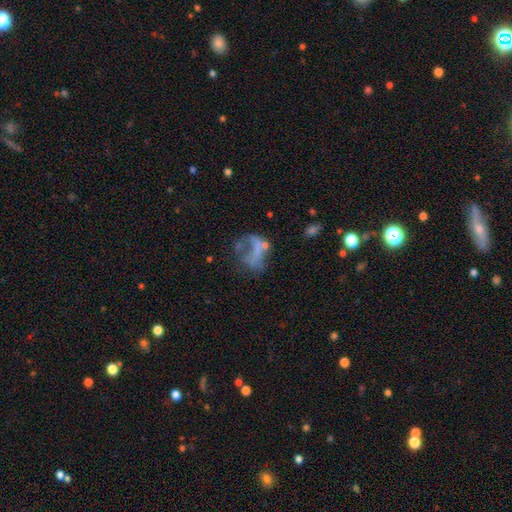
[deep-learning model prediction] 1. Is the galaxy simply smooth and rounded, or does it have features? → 48% featured or disk, 31% smooth, 21% star or artifact.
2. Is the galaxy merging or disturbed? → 40% major disturbance, 32% none, 17% minor disturbance, 11% merger.